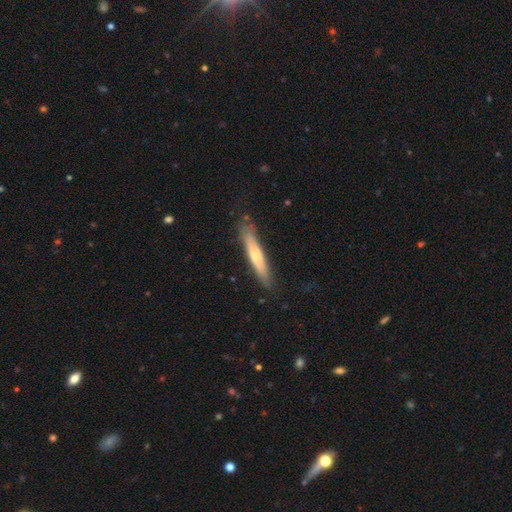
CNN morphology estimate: The model was most divided on "smooth or featured": smooth: 62%, featured or disk: 32%, star or artifact: 6%. More confident: how rounded — cigar-shaped (92%); merging — none (82%).